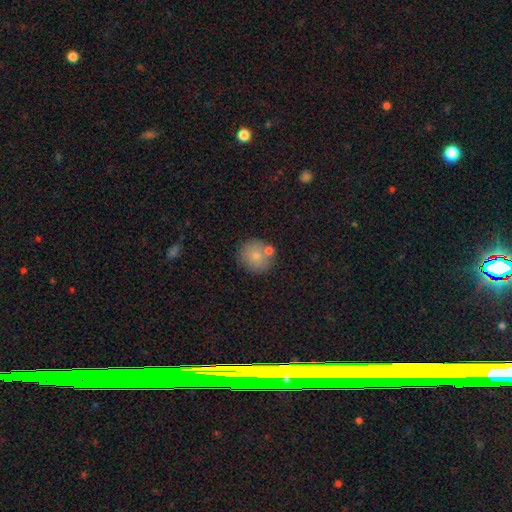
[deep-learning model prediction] smooth_or_featured: smooth (p=0.77) [alt: featured or disk p=0.14]
how_rounded: round (p=0.91) [alt: in between p=0.08]
merging: none (p=0.71) [alt: merger p=0.15]